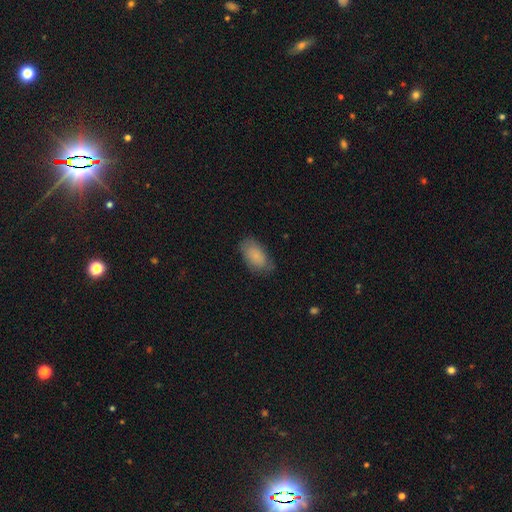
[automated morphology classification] Smooth or featured?
  - smooth: 84% *
  - featured or disk: 9%
  - star or artifact: 7%
How rounded?
  - in between: 93% *
  - round: 4%
  - cigar-shaped: 3%
Merging?
  - none: 70% *
  - minor disturbance: 23%
  - major disturbance: 5%
  - merger: 1%